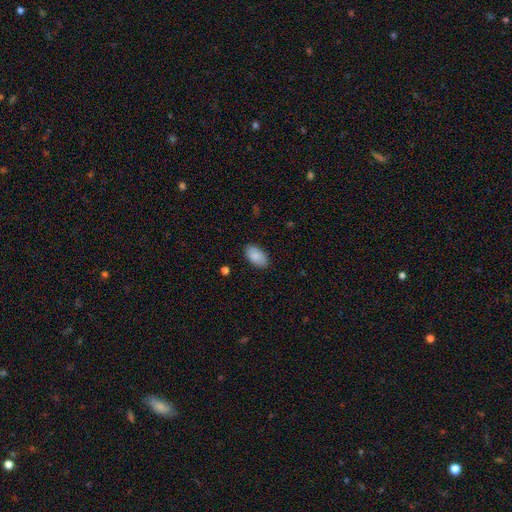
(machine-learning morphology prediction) Smooth or featured? Predicted: smooth (p=0.88). How rounded? Predicted: in between (p=0.95). Merging? Predicted: none (p=0.87).